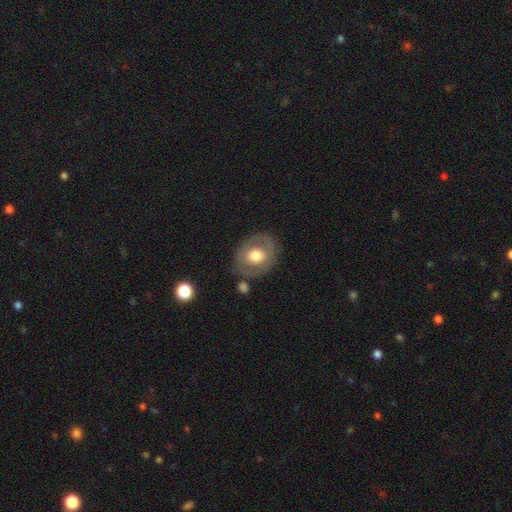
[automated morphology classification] Smooth or featured: smooth — 55% (featured or disk — 38%)
How rounded: round — 63% (in between — 36%)
Merging: none — 75% (minor disturbance — 14%)